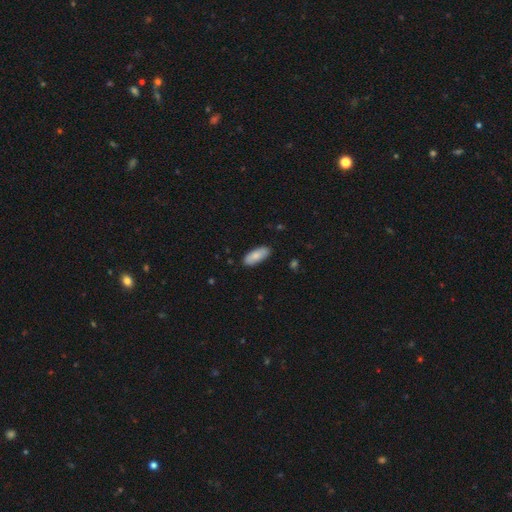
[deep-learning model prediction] Morphology: type=smooth (83%); roundness=in between (83%); merging=none (87%).